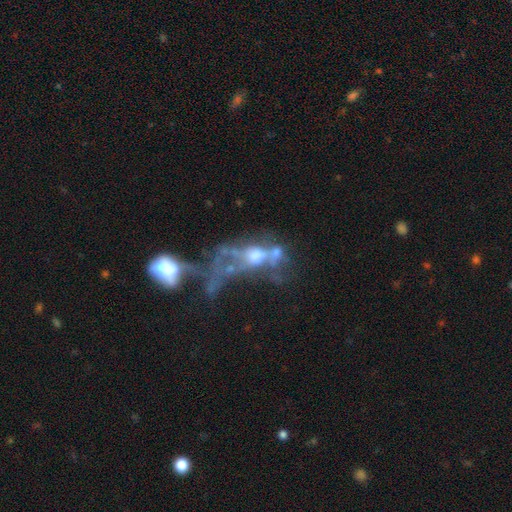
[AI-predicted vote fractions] Overall: featured or disk (57%; smooth 22%). Edge-on disk: no (91%). Bar: no (85%). Spiral arms: no (83%). Bulge size: moderate (42%; none 23%). Merging: merger (50%; major disturbance 30%).